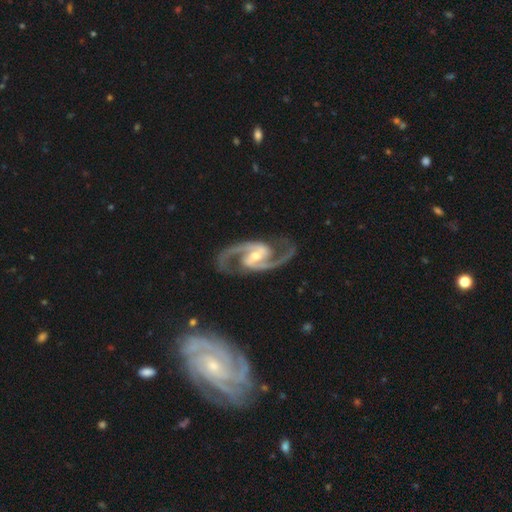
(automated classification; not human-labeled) Morphology: type=featured or disk (94%); edge-on=no (98%); bar=weak (46%); spiral arms=yes (99%); winding=medium (67%); arm count=2 (95%); bulge=moderate (63%); merging=none (84%).